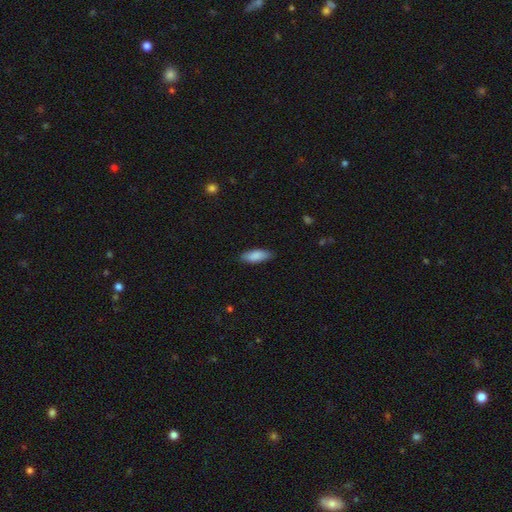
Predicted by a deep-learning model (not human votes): The model was most divided on "how rounded": in between: 71%, cigar-shaped: 27%, round: 2%. More confident: smooth or featured — smooth (87%); merging — none (86%).